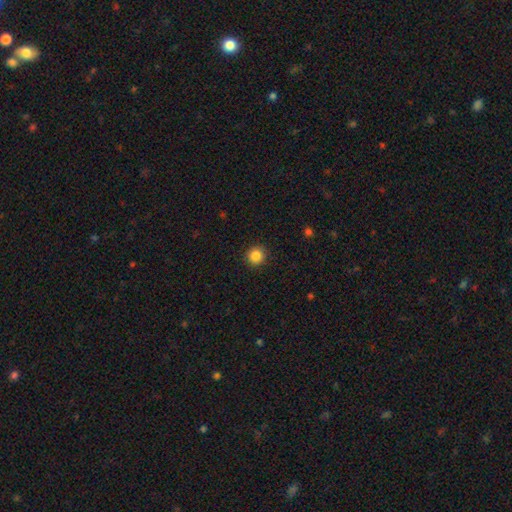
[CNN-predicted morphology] This is clearly a smooth galaxy (86%). How rounded: clearly round (94%). Merging: clearly none (92%).